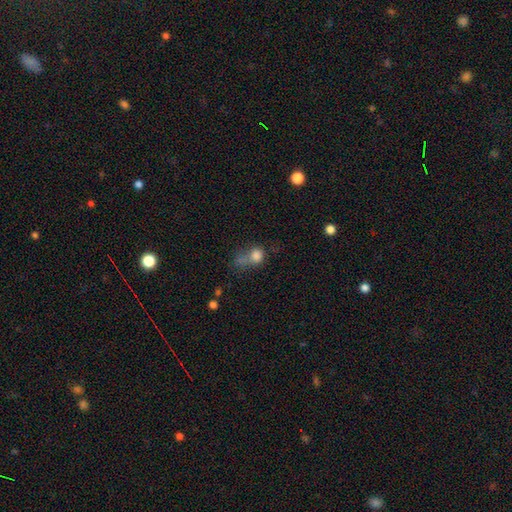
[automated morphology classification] A smooth galaxy with no disk features (78%) that is round (67%). Merging: merger (38%).